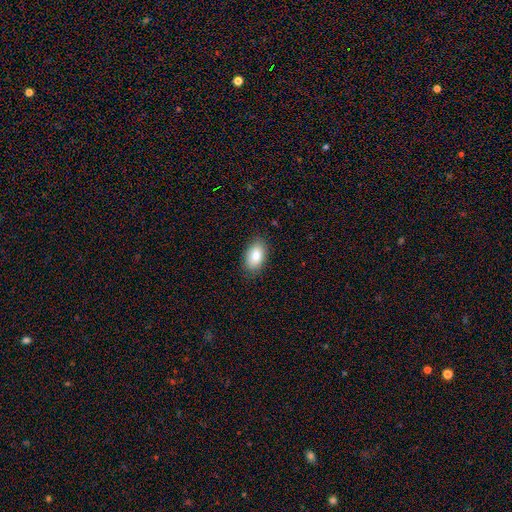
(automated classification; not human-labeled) smooth-or-featured: smooth: 84% | featured or disk: 9% | star or artifact: 7%
  how-rounded: in between: 93% | round: 6% | cigar-shaped: 2%
  merging: none: 85% | minor disturbance: 11% | major disturbance: 2% | merger: 1%